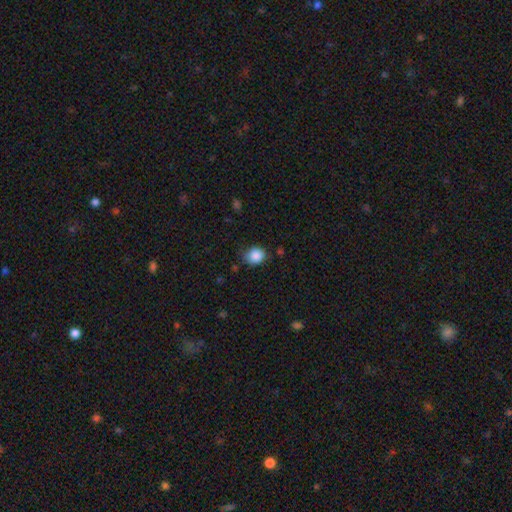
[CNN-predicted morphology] smooth_or_featured: smooth (p=0.87) [alt: star or artifact p=0.09]
how_rounded: round (p=0.75) [alt: in between p=0.24]
merging: none (p=0.70) [alt: minor disturbance p=0.24]